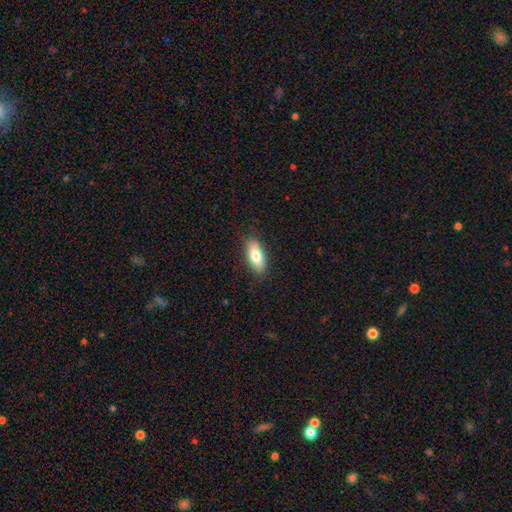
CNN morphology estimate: Smooth or featured? smooth (78%)
How rounded? in between (82%)
Merging? none (86%)